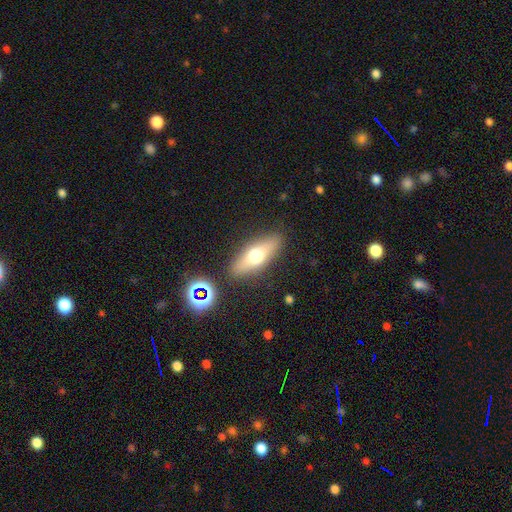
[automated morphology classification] Smooth or featured?
  - smooth: 56% *
  - featured or disk: 35%
  - star or artifact: 9%
How rounded?
  - in between: 54% *
  - cigar-shaped: 42%
  - round: 4%
Merging?
  - none: 85% *
  - minor disturbance: 9%
  - merger: 3%
  - major disturbance: 3%